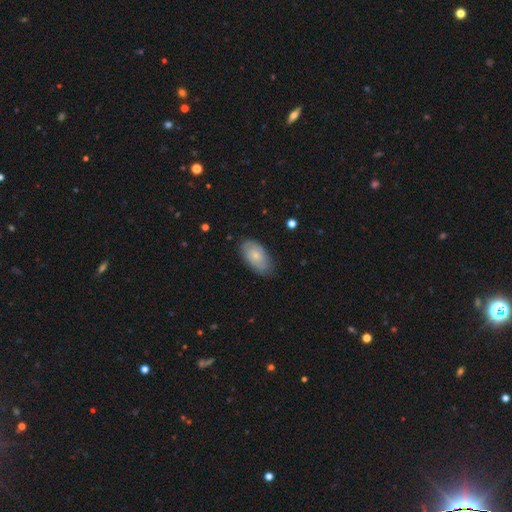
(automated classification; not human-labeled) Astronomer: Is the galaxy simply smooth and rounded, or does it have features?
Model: smooth — 63%.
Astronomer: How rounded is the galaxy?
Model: in between — 93%.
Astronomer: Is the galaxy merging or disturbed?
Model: none — 75%.